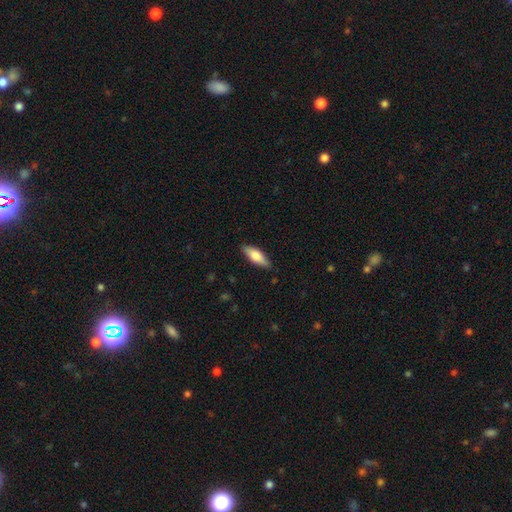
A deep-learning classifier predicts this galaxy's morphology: smooth 70%, featured or disk 24%, star or artifact 6%. Down the decision tree: how rounded — in between (62%); merging — none (85%).